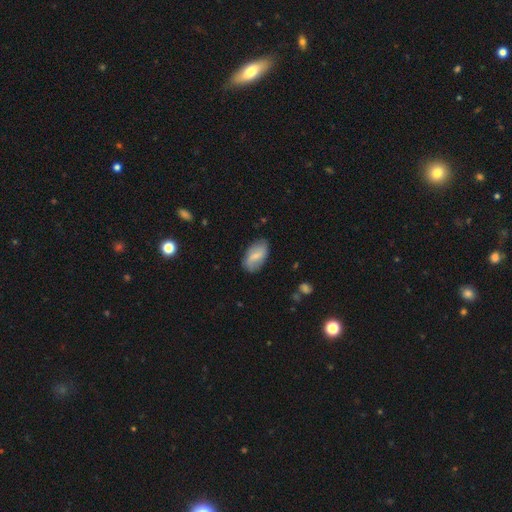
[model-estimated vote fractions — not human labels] smooth-or-featured: smooth: 55% | featured or disk: 38% | star or artifact: 7%
  how-rounded: in between: 92% | round: 5% | cigar-shaped: 3%
  merging: none: 78% | minor disturbance: 17% | major disturbance: 4% | merger: 1%